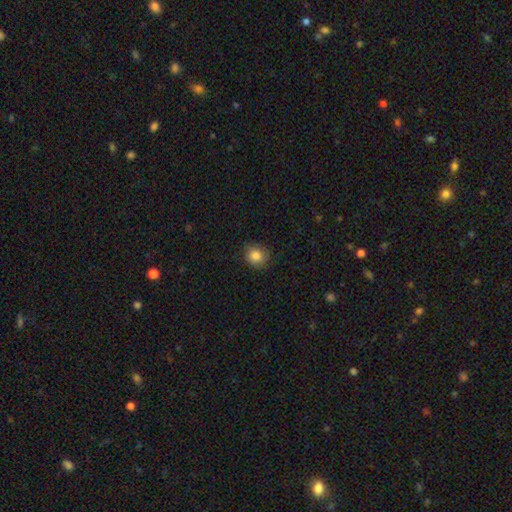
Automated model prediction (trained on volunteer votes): smooth_or_featured: smooth (p=0.84) [alt: star or artifact p=0.10]
how_rounded: round (p=0.85) [alt: in between p=0.14]
merging: none (p=0.88) [alt: minor disturbance p=0.09]